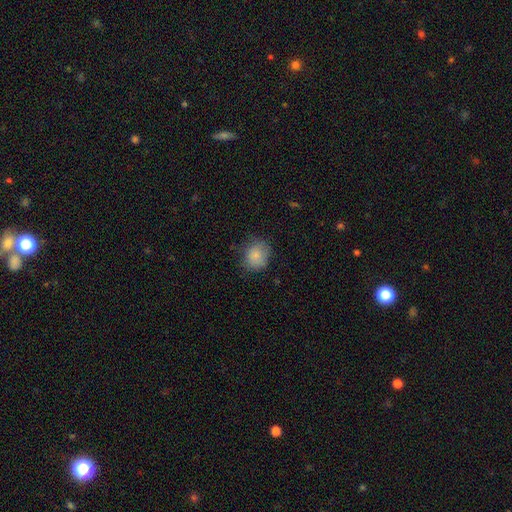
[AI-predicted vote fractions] A smooth galaxy with no disk features (83%) that is round (73%).

Vote fractions:
- Smooth or featured? smooth: 83% / star or artifact: 9% / featured or disk: 8%
- How rounded? round: 73% / in between: 26% / cigar-shaped: 1%
- Merging? none: 70% / minor disturbance: 23% / major disturbance: 6% / merger: 1%